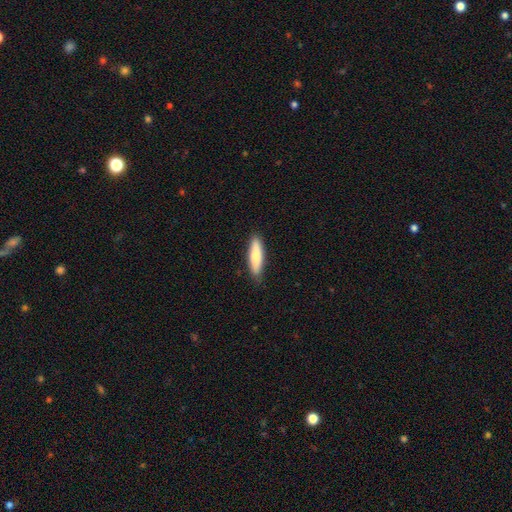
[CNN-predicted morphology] smooth_or_featured: smooth (p=0.78) [alt: featured or disk p=0.17]
how_rounded: cigar-shaped (p=0.70) [alt: in between p=0.28]
merging: none (p=0.86) [alt: minor disturbance p=0.11]